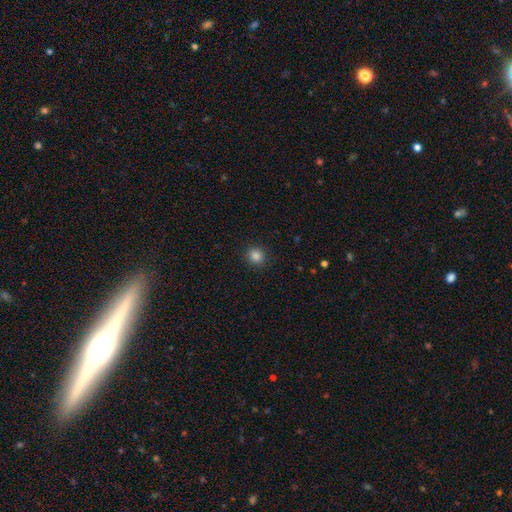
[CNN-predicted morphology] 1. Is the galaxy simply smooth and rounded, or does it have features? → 85% smooth, 12% star or artifact, 3% featured or disk.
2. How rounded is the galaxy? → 88% round, 11% in between, 1% cigar-shaped.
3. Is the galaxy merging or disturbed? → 91% none, 6% minor disturbance, 2% major disturbance, 1% merger.